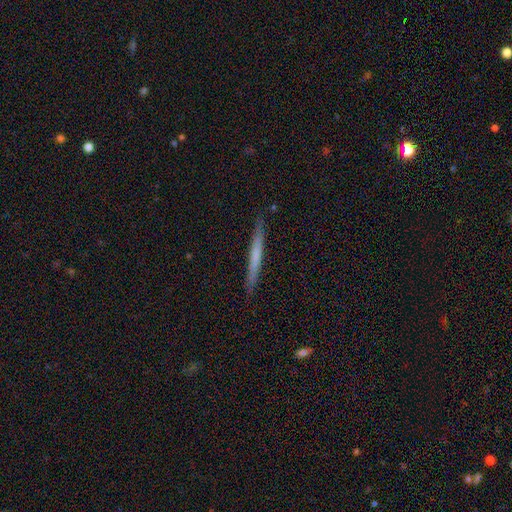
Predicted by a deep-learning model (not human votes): A smooth galaxy with no disk features (53%) that is cigar-shaped (97%). Merging: none (90%).